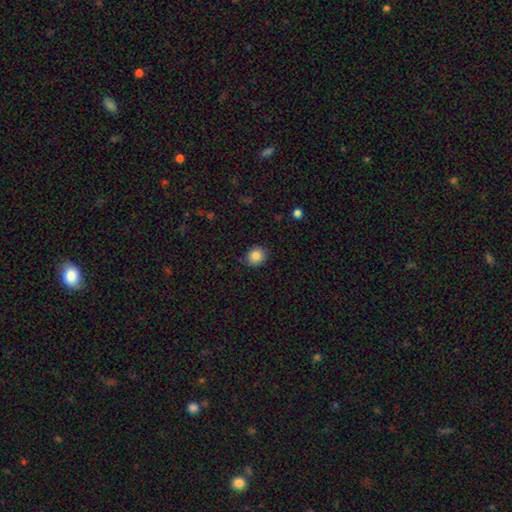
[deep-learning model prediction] A smooth galaxy with no disk features (86%) that is round (75%). Merging: none (81%).